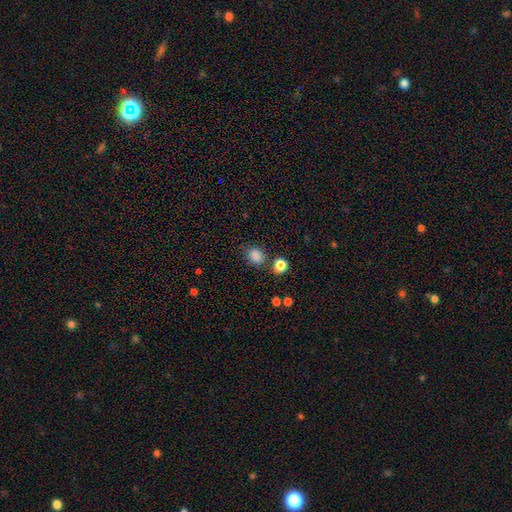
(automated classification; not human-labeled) smooth_or_featured: smooth (p=0.84) [alt: star or artifact p=0.12]
how_rounded: round (p=0.50) [alt: in between p=0.49]
merging: none (p=0.74) [alt: minor disturbance p=0.14]